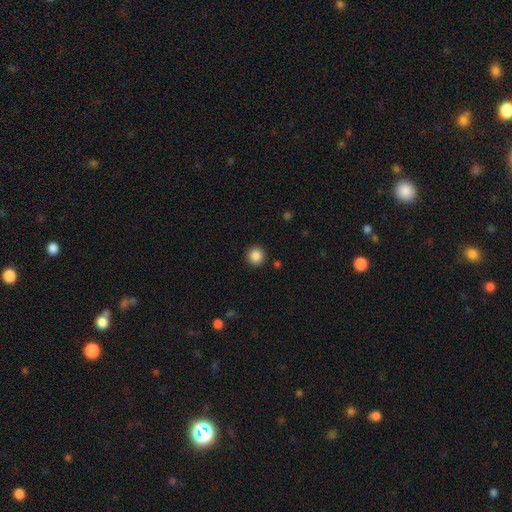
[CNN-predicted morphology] This appears to be a smooth galaxy with no disk features (87%) that is round (93%). Merging: none (92%).